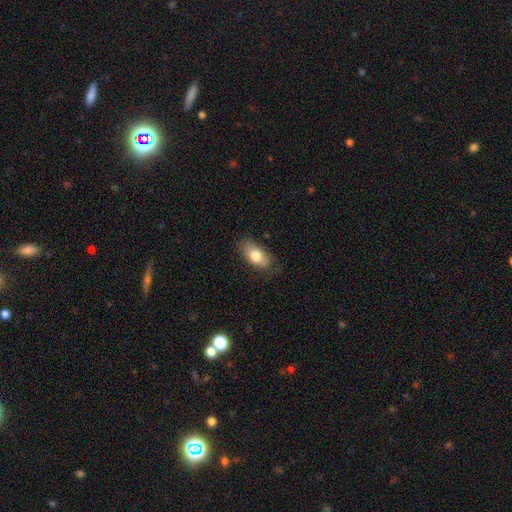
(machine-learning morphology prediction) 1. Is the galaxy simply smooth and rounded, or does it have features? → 78% smooth, 15% featured or disk, 7% star or artifact.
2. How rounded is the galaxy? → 90% in between, 5% round, 5% cigar-shaped.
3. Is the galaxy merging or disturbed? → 68% none, 24% minor disturbance, 7% major disturbance, 1% merger.